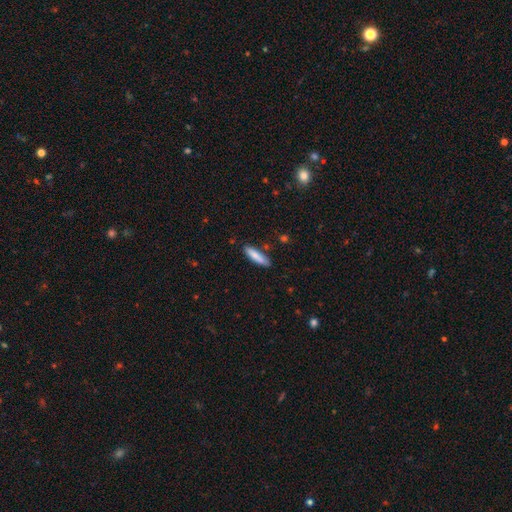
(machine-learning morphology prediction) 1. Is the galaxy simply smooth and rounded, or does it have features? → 81% smooth, 13% featured or disk, 6% star or artifact.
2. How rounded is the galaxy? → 73% cigar-shaped, 25% in between, 1% round.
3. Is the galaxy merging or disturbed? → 85% none, 11% minor disturbance, 2% merger, 2% major disturbance.